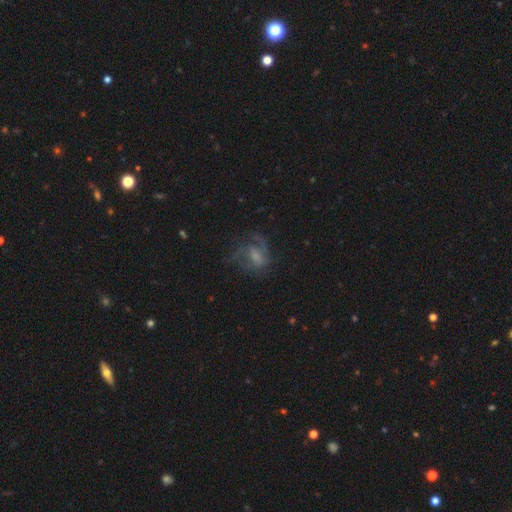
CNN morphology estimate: A featured or disk galaxy (67%) with a weak bar (46%), 2 (31%) medium (49%) spiral arms (83%) and a moderate central bulge (36%). Merging: none (49%).